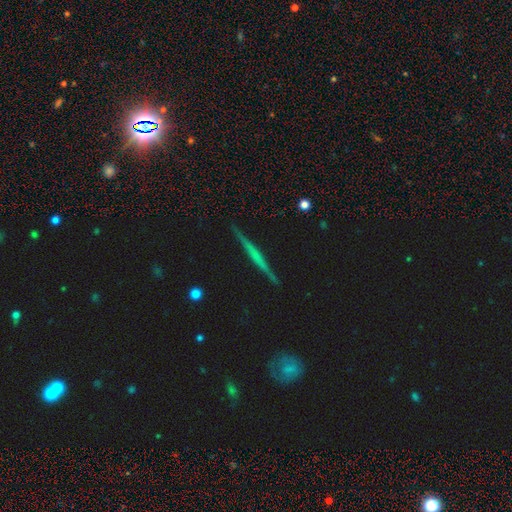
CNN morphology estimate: Smooth or featured?
  - featured or disk: 64% *
  - smooth: 29%
  - star or artifact: 7%
Edge-on disk?
  - yes: 97% *
  - no: 3%
Edge-on bulge?
  - none: 74% *
  - rounded: 14%
  - boxy: 11%
Merging?
  - none: 90% *
  - minor disturbance: 7%
  - major disturbance: 2%
  - merger: 1%